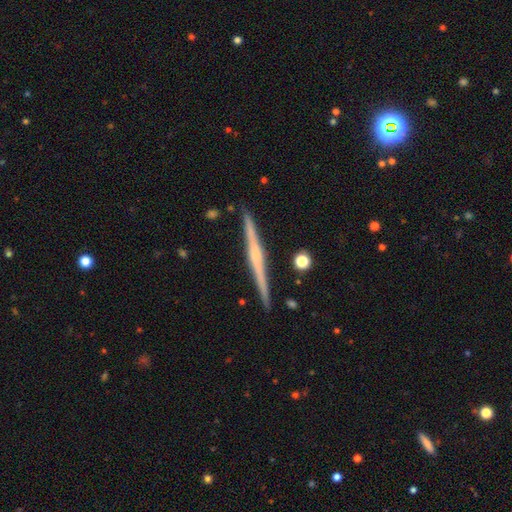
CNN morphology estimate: The model was most divided on "edge-on bulge": rounded: 43%, none: 41%, boxy: 16%. More confident: edge-on disk — yes (98%); merging — none (91%); smooth or featured — featured or disk (73%).